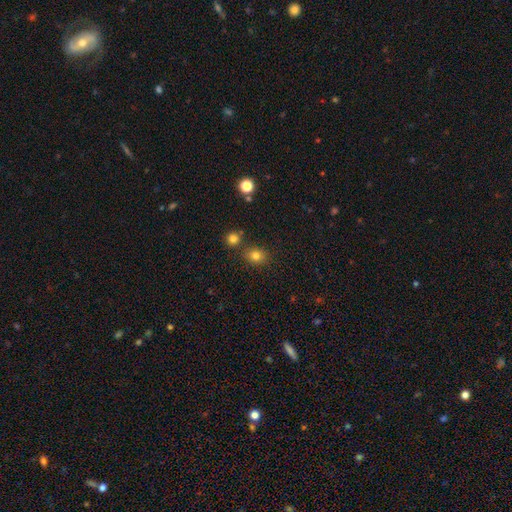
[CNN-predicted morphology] smooth_or_featured: smooth (p=0.80) [alt: star or artifact p=0.14]
how_rounded: round (p=0.67) [alt: in between p=0.32]
merging: none (p=0.77) [alt: minor disturbance p=0.10]